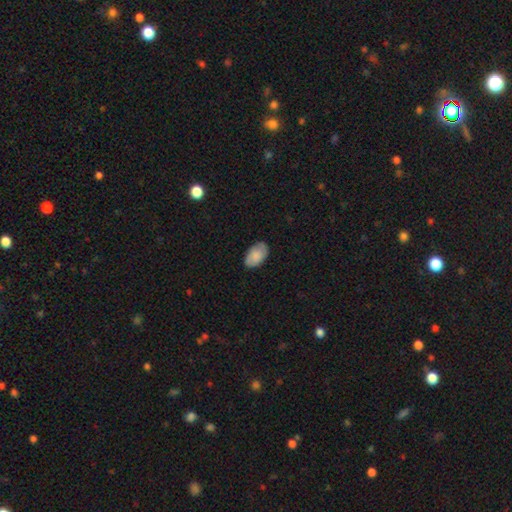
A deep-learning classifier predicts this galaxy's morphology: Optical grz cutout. It shows a smooth galaxy with no disk features (79%) that is in between round and cigar-shaped (93%). Merging: none (80%).